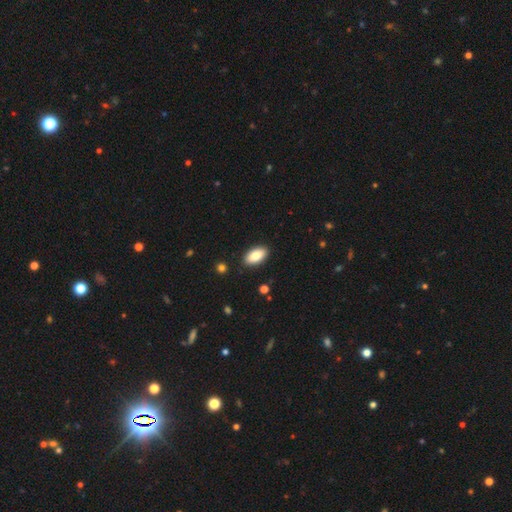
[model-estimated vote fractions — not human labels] Q: Smooth or featured?
A: smooth (85%); runner-up: featured or disk (8%)
Q: How rounded?
A: in between (94%); runner-up: cigar-shaped (3%)
Q: Merging?
A: none (89%); runner-up: minor disturbance (8%)